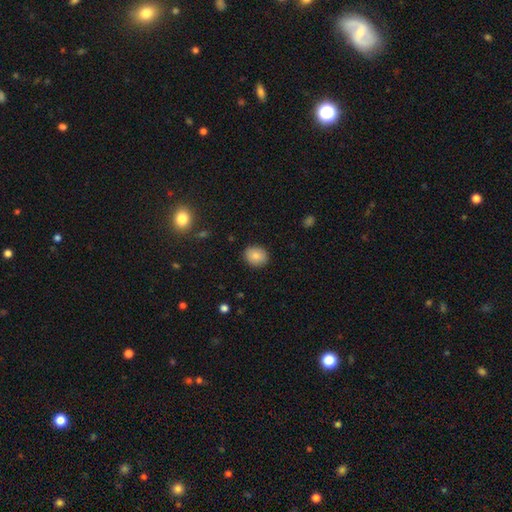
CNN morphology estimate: Smooth or featured?
  - smooth: 84% *
  - star or artifact: 8%
  - featured or disk: 7%
How rounded?
  - round: 65% *
  - in between: 34%
  - cigar-shaped: 1%
Merging?
  - none: 88% *
  - minor disturbance: 8%
  - major disturbance: 2%
  - merger: 1%